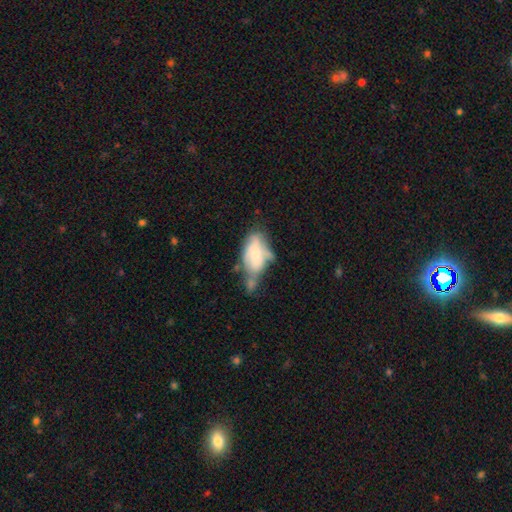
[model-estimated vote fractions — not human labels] Smooth or featured?
  - smooth: 55% *
  - featured or disk: 38%
  - star or artifact: 8%
How rounded?
  - in between: 88% *
  - cigar-shaped: 6%
  - round: 6%
Merging?
  - merger: 38% *
  - minor disturbance: 22%
  - none: 21%
  - major disturbance: 19%